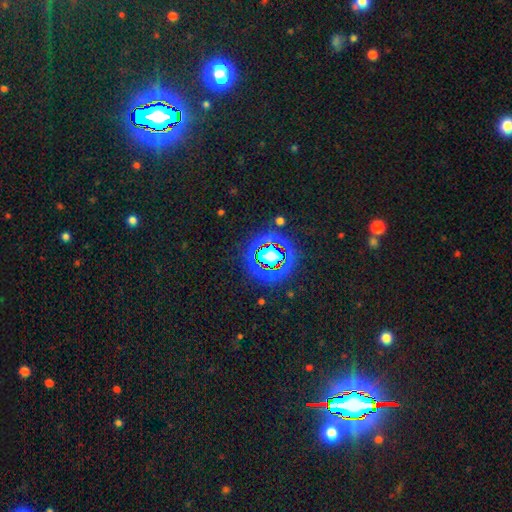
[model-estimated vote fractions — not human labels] A star or artifact, not a galaxy (83%).